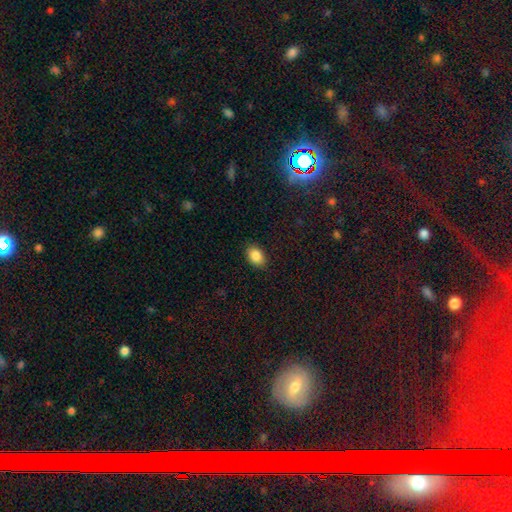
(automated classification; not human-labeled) A smooth galaxy with no disk features (87%) that is in between round and cigar-shaped (83%).

Vote fractions:
- Smooth or featured? smooth: 87% / star or artifact: 8% / featured or disk: 4%
- How rounded? in between: 83% / round: 16% / cigar-shaped: 1%
- Merging? none: 88% / minor disturbance: 9% / major disturbance: 2% / merger: 1%